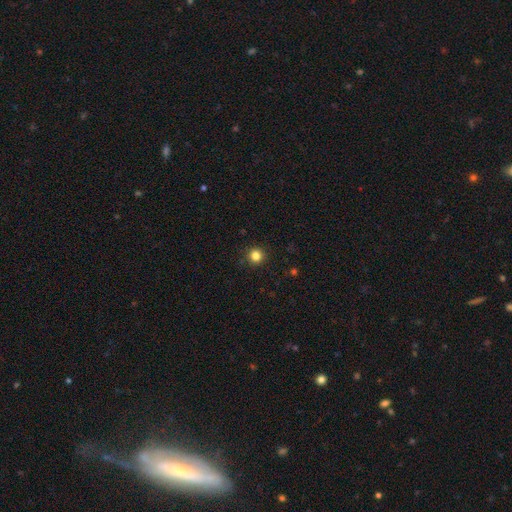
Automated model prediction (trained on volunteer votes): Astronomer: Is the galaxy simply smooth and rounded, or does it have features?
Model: smooth — 83%.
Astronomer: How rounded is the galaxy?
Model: round — 95%.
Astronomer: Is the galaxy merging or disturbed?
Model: none — 92%.